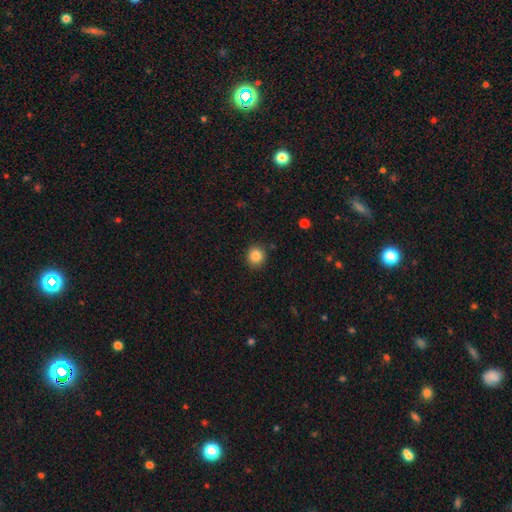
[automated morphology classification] type=smooth (85%); roundness=round (89%); merging=none (90%).